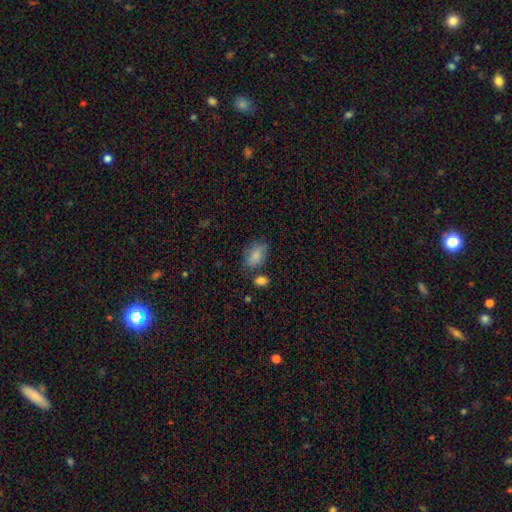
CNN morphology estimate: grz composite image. It shows a smooth galaxy with no disk features (85%) that is in between round and cigar-shaped (88%). Merging: none (65%).